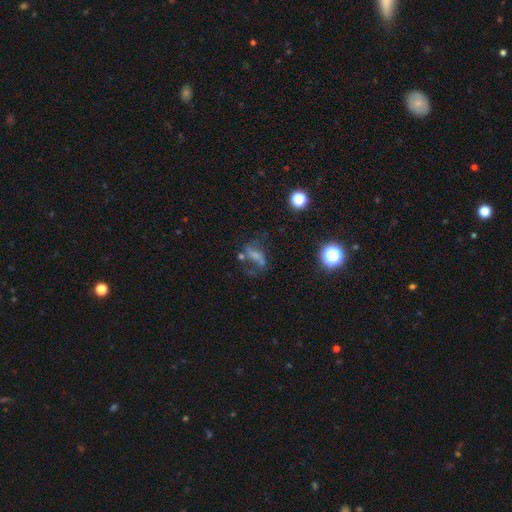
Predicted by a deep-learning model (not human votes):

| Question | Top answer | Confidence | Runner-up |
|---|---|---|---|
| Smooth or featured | featured or disk | 51% | smooth (27%) |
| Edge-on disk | no | 95% | yes (5%) |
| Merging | none | 41% | major disturbance (29%) |